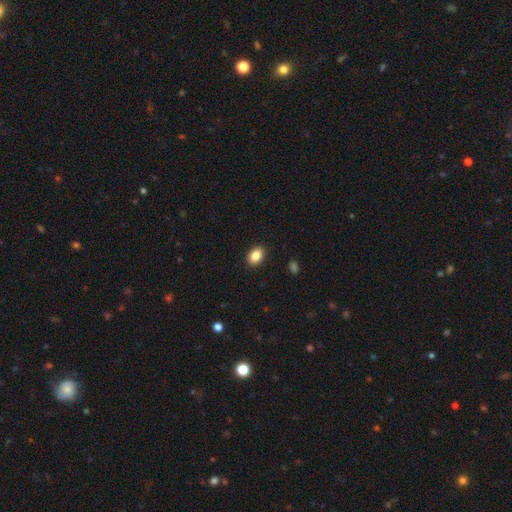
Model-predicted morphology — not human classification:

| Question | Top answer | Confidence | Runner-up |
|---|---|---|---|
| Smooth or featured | smooth | 87% | star or artifact (8%) |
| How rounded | in between | 81% | round (18%) |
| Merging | none | 91% | minor disturbance (7%) |